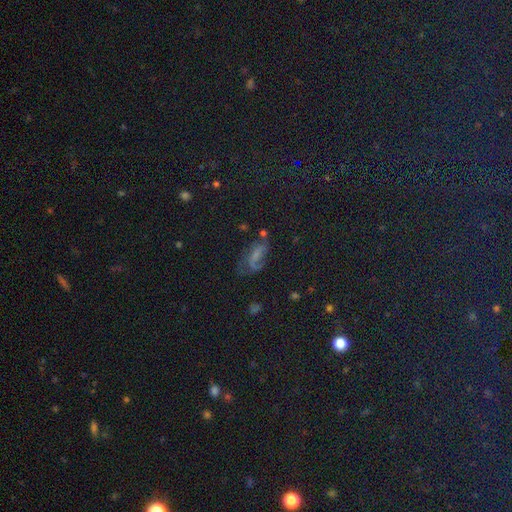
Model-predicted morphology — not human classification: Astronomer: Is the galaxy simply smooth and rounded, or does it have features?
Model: star or artifact — 36% (runner-up: smooth, 35%).